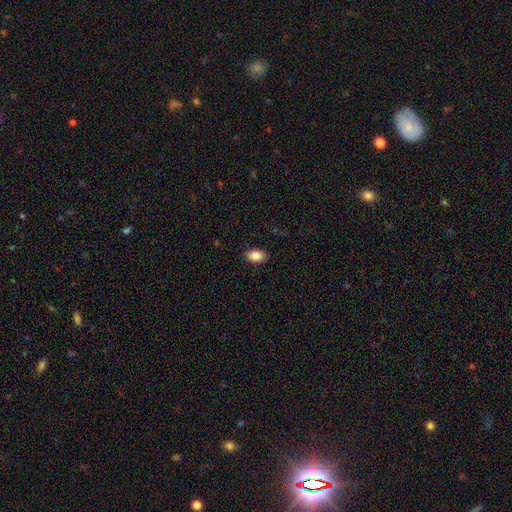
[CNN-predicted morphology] A smooth galaxy with no disk features (87%) that is in between round and cigar-shaped (85%). Merging: none (88%).